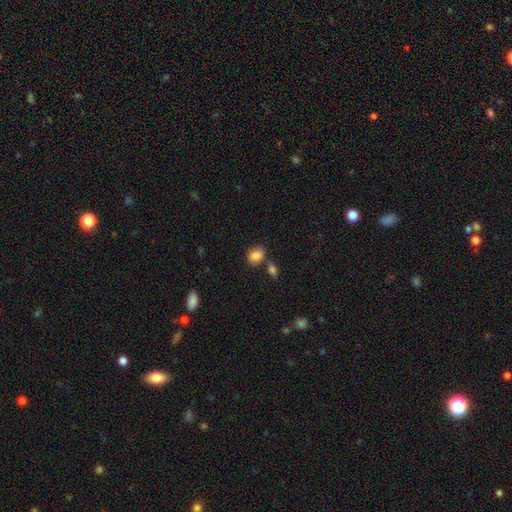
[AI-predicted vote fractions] Q: Smooth or featured?
A: smooth (85%); runner-up: star or artifact (8%)
Q: How rounded?
A: in between (64%); runner-up: round (34%)
Q: Merging?
A: none (64%); runner-up: merger (16%)